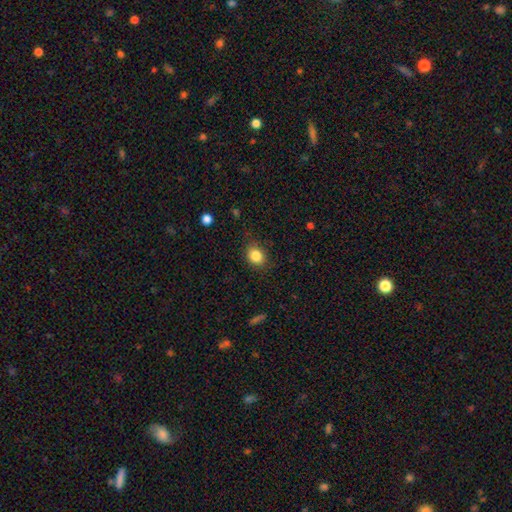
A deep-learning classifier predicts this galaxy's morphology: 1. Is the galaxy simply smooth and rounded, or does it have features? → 85% smooth, 10% star or artifact, 5% featured or disk.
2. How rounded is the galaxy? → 55% round, 44% in between, 1% cigar-shaped.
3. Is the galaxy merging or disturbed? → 81% none, 14% minor disturbance, 4% major disturbance, 1% merger.